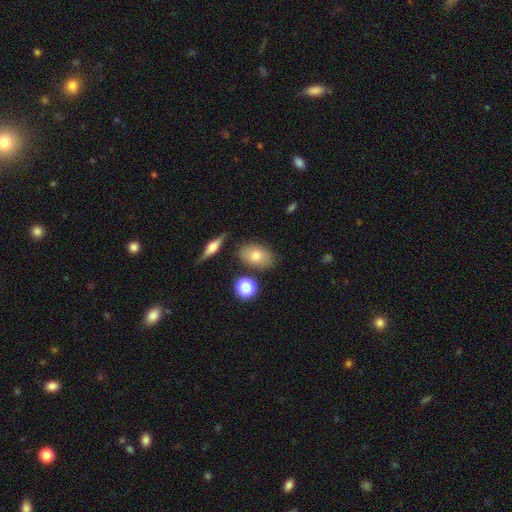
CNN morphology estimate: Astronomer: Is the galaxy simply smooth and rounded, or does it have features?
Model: smooth — 74%.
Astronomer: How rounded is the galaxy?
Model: in between — 83%.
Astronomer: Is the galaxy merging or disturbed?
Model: none — 78%.